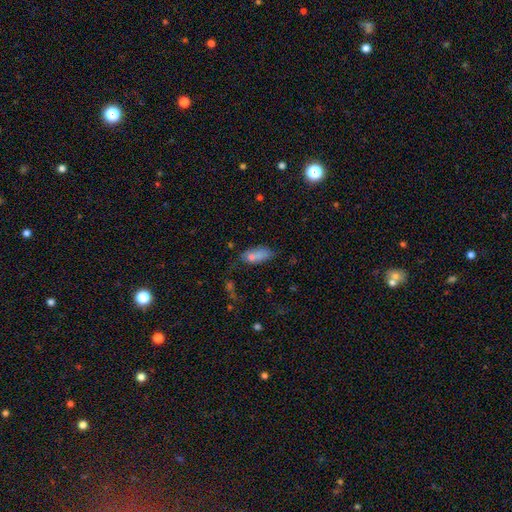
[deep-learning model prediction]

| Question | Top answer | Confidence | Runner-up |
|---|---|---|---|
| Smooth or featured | smooth | 74% | featured or disk (16%) |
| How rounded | in between | 83% | cigar-shaped (12%) |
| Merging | none | 42% | minor disturbance (25%) |